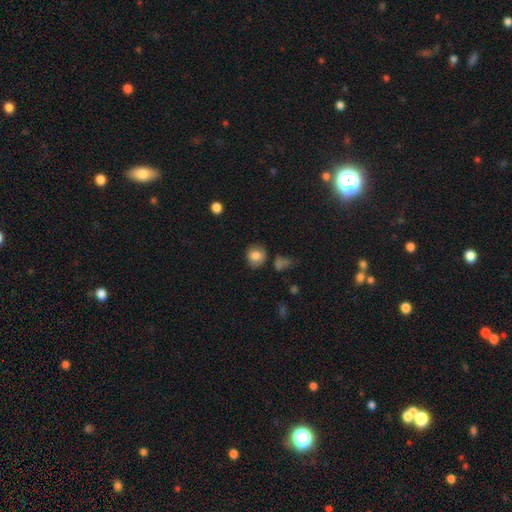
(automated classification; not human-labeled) Smooth or featured? Predicted: smooth (p=0.81). How rounded? Predicted: round (p=0.80). Merging? Predicted: none (p=0.74).